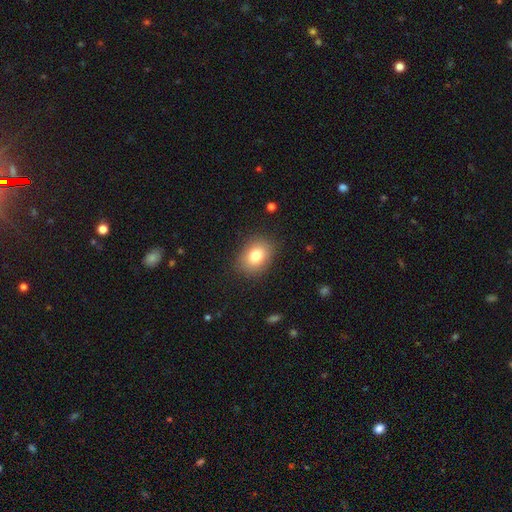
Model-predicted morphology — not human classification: The model was most divided on "how rounded": in between: 72%, round: 27%, cigar-shaped: 1%. More confident: merging — none (86%); smooth or featured — smooth (82%).